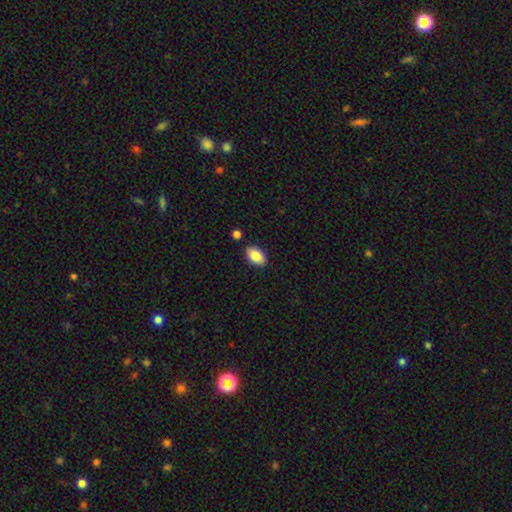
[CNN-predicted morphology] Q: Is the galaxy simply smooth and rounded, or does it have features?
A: smooth — 86%.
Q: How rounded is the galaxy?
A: in between — 93%.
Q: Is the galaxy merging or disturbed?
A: none — 86%.